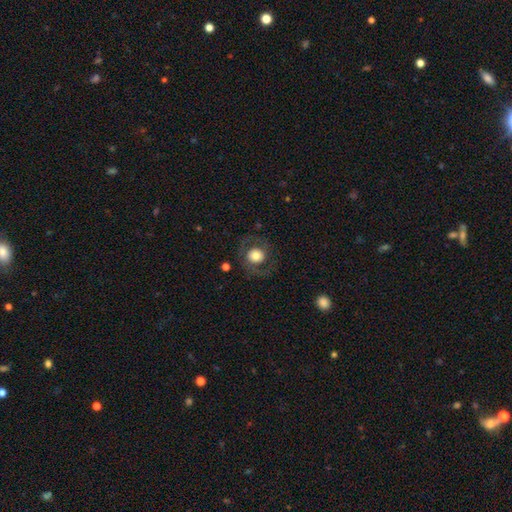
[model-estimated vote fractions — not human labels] Smooth or featured?
  - smooth: 52% *
  - featured or disk: 39%
  - star or artifact: 8%
How rounded?
  - round: 86% *
  - in between: 13%
  - cigar-shaped: 1%
Merging?
  - none: 77% *
  - minor disturbance: 11%
  - major disturbance: 10%
  - merger: 1%